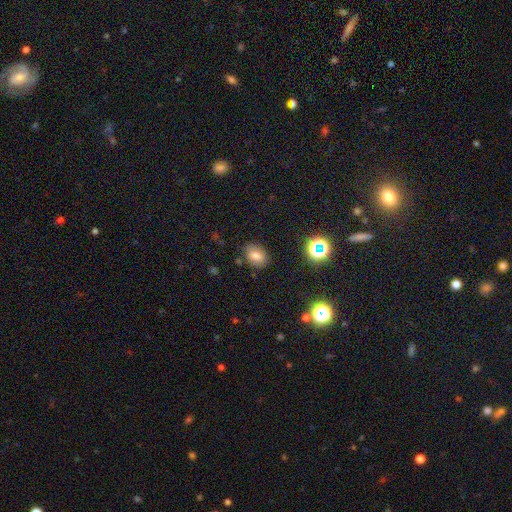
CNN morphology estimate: Smooth or featured: smooth — 72% (star or artifact — 15%)
How rounded: in between — 73% (round — 25%)
Merging: none — 79% (minor disturbance — 15%)